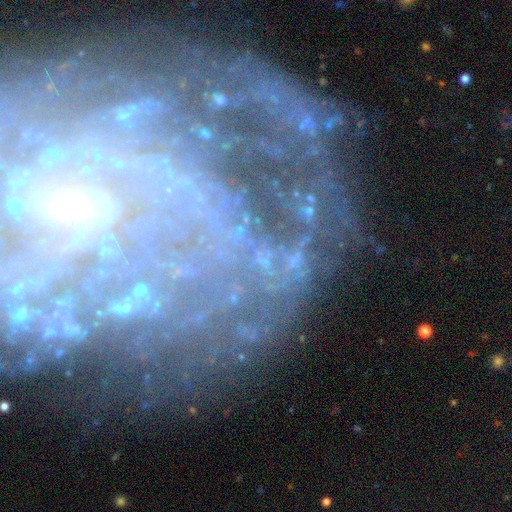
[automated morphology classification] smooth-or-featured: featured or disk: 77% | star or artifact: 15% | smooth: 8%
  disk-edge-on: no: 97% | yes: 3%
    bar: no: 53% | weak: 31% | strong: 16%
    has-spiral-arms: yes: 84% | no: 16%
      spiral-winding: tight: 60% | medium: 28% | loose: 12%
      spiral-arm-count: can't tell: 38% | 2: 14% | more than 4: 13% | 3: 13% | 4: 12% | 1: 9%
    bulge-size: small: 64% | none: 23% | moderate: 10% | large: 2% | dominant: 1%
  merging: none: 58% | major disturbance: 20% | minor disturbance: 19% | merger: 4%